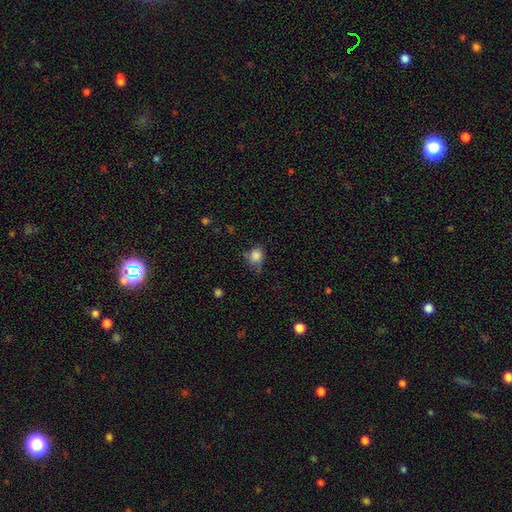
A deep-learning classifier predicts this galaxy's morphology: smooth 84%, star or artifact 10%, featured or disk 6%. Down the decision tree: how rounded — round (63%); merging — none (57%).